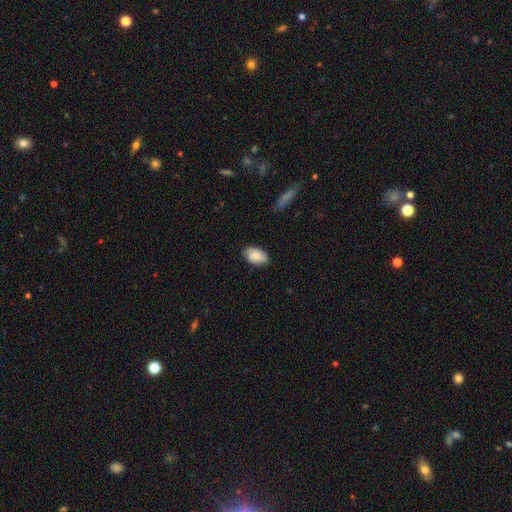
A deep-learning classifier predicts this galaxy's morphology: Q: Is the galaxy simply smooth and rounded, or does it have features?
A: smooth — 81%.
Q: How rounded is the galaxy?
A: in between — 93%.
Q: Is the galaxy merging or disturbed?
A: none — 78%.